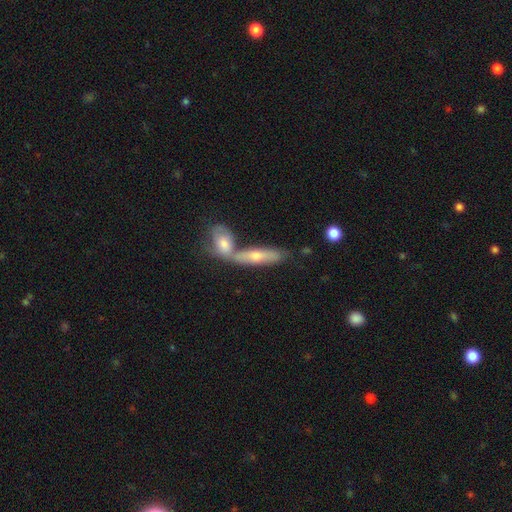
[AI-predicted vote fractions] A smooth galaxy with no disk features (49%).

Vote fractions:
- Smooth or featured? smooth: 49% / featured or disk: 43% / star or artifact: 7%
- Merging? merger: 47% / none: 40% / minor disturbance: 9% / major disturbance: 4%